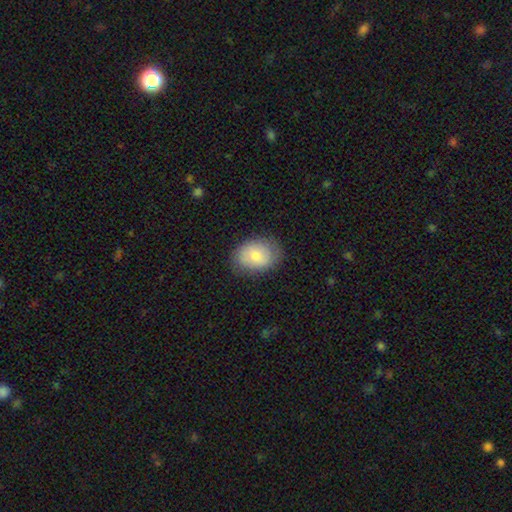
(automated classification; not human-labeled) This is likely a smooth galaxy (74%). How rounded: likely in between (71%). Merging: likely none (78%).